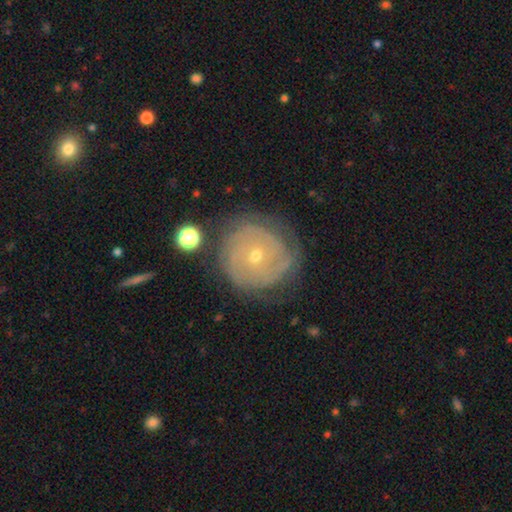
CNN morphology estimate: Smooth or featured? featured or disk (77%)
Edge-on disk? no (97%)
Bar? no (75%)
Spiral arms? yes (89%)
Spiral winding? tight (74%)
Spiral arm count? can't tell (37%)
Bulge size? small (73%)
Merging? none (74%)